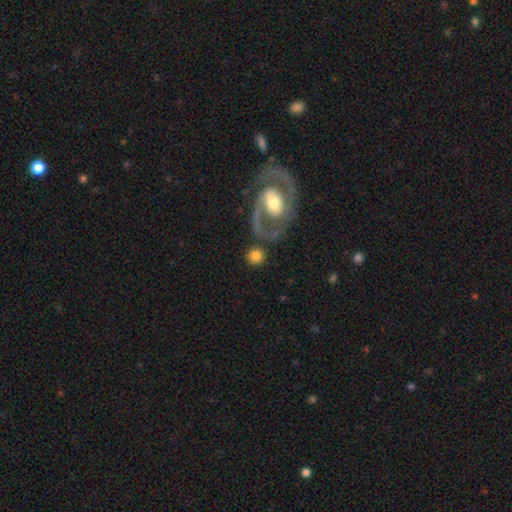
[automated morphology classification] smooth-or-featured: smooth: 74% | featured or disk: 19% | star or artifact: 7%
  how-rounded: round: 88% | in between: 11% | cigar-shaped: 1%
  merging: none: 74% | merger: 10% | minor disturbance: 9% | major disturbance: 7%